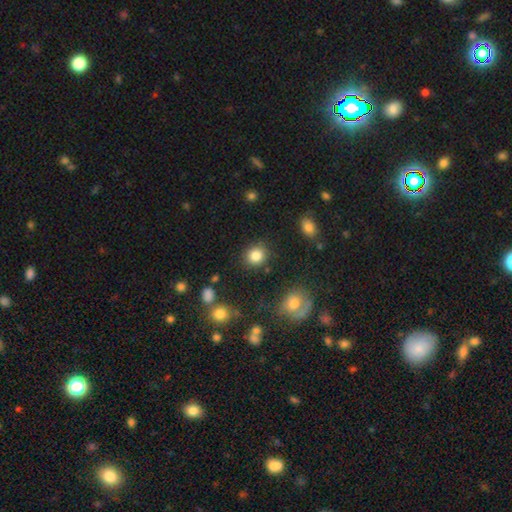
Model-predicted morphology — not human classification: smooth-or-featured: smooth: 85% | star or artifact: 10% | featured or disk: 5%
  how-rounded: round: 80% | in between: 19% | cigar-shaped: 1%
  merging: none: 85% | minor disturbance: 9% | major disturbance: 3% | merger: 3%